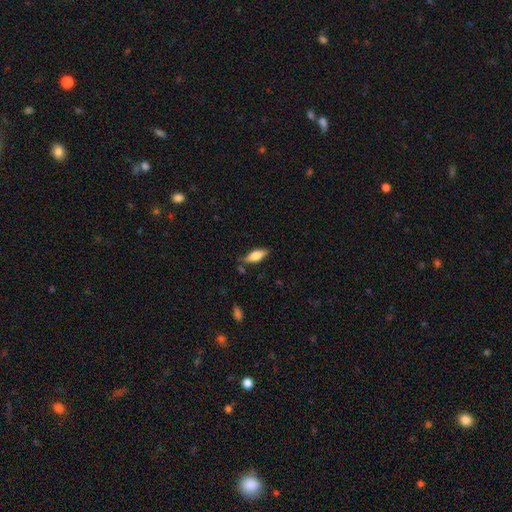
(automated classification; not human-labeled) Smooth or featured? Predicted: smooth (p=0.70). How rounded? Predicted: in between (p=0.76). Merging? Predicted: none (p=0.73).